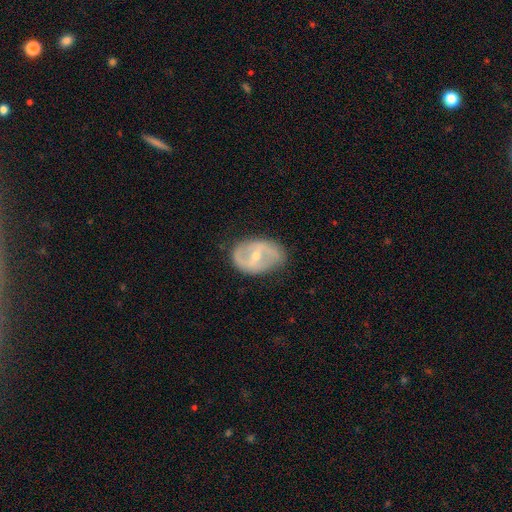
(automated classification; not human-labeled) smooth_or_featured: featured or disk (p=0.74) [alt: smooth p=0.20]
disk_edge_on: no (p=0.95) [alt: yes p=0.05]
bar: weak (p=0.43) [alt: strong p=0.38]
has_spiral_arms: yes (p=0.67) [alt: no p=0.33]
bulge_size: small (p=0.54) [alt: moderate p=0.43]
merging: none (p=0.72) [alt: minor disturbance p=0.20]